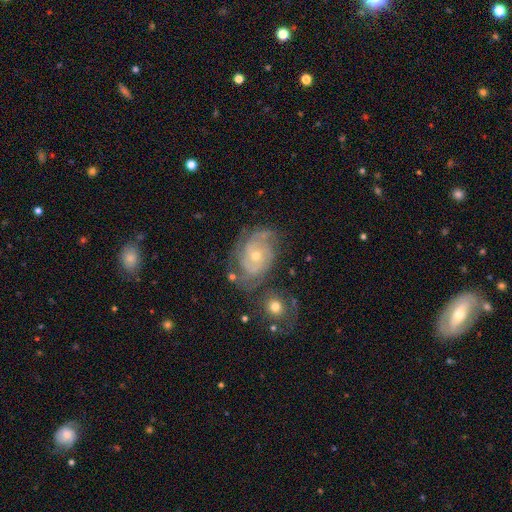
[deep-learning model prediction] This appears to be a featured or disk galaxy (85%) with no bar (75%), 2 (30%) tight (61%) spiral arms (95%) and a small central bulge (51%). Merging: none (67%).